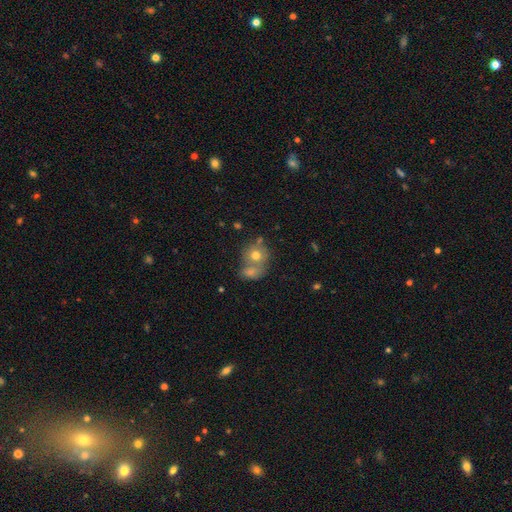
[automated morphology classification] This appears to be a smooth galaxy with no disk features (71%) that is round (77%). Merging: merger (48%).